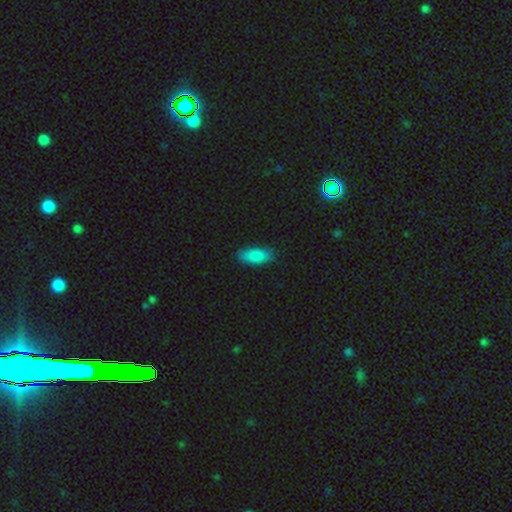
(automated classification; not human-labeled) Morphology: type=smooth (86%); roundness=in between (83%); merging=none (85%).